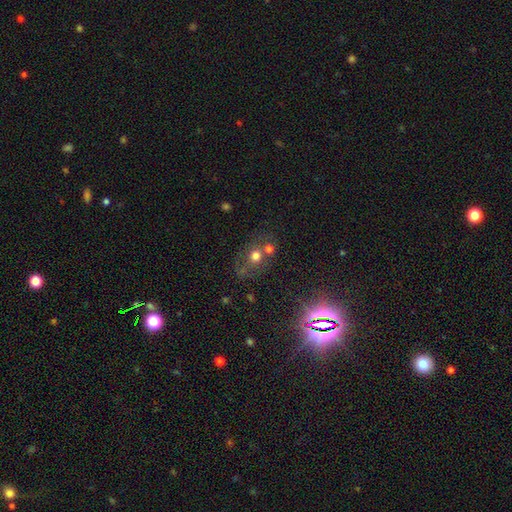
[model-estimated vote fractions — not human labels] The model was most divided on "merging": none: 52%, merger: 29%, minor disturbance: 13%, major disturbance: 6%. More confident: how rounded — round (71%); smooth or featured — smooth (61%).